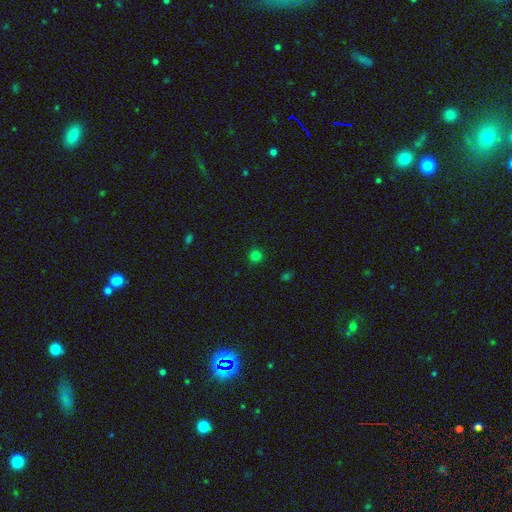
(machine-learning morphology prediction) Overall: smooth (78%). How rounded: round (94%). Merging: none (91%).